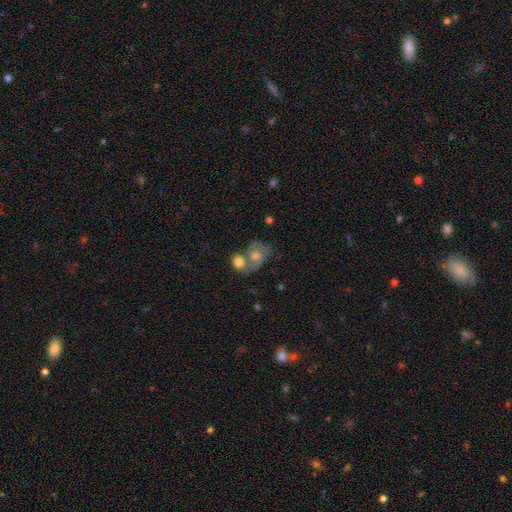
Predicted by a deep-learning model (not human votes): This is possibly a smooth galaxy (47%). Merging: possibly merger (59%).